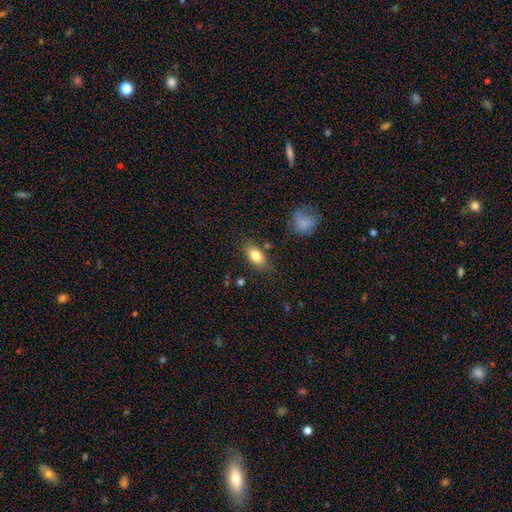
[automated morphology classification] smooth_or_featured: smooth (p=0.81) [alt: featured or disk p=0.11]
how_rounded: in between (p=0.88) [alt: round p=0.06]
merging: none (p=0.78) [alt: minor disturbance p=0.14]